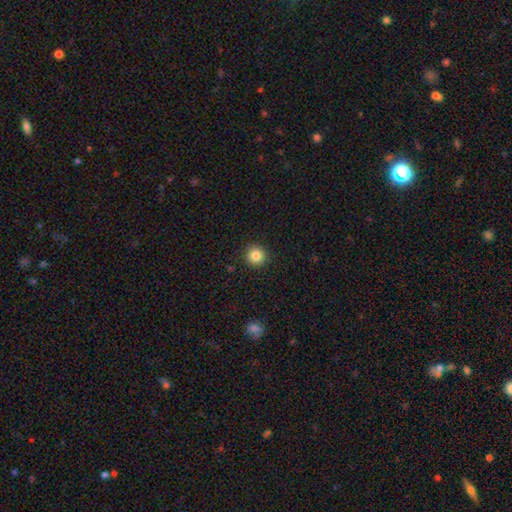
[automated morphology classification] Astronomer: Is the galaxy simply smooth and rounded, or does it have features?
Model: smooth — 84%.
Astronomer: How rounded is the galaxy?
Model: round — 93%.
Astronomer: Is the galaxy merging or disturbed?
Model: none — 91%.